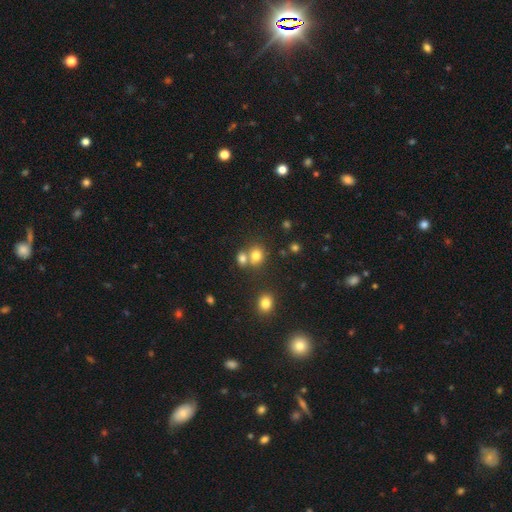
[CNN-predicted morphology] The model was most divided on "merging": none: 47%, merger: 40%, minor disturbance: 9%, major disturbance: 4%. More confident: smooth or featured — smooth (77%); how rounded — round (65%).